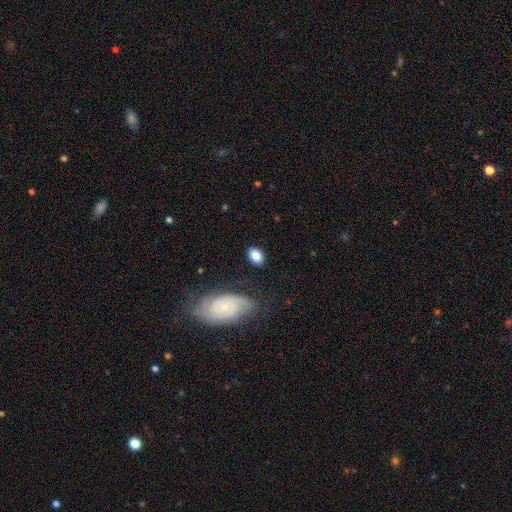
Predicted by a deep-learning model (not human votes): Smooth or featured?
  - smooth: 80% *
  - featured or disk: 12%
  - star or artifact: 7%
How rounded?
  - in between: 81% *
  - round: 17%
  - cigar-shaped: 2%
Merging?
  - none: 78% *
  - minor disturbance: 14%
  - major disturbance: 5%
  - merger: 3%